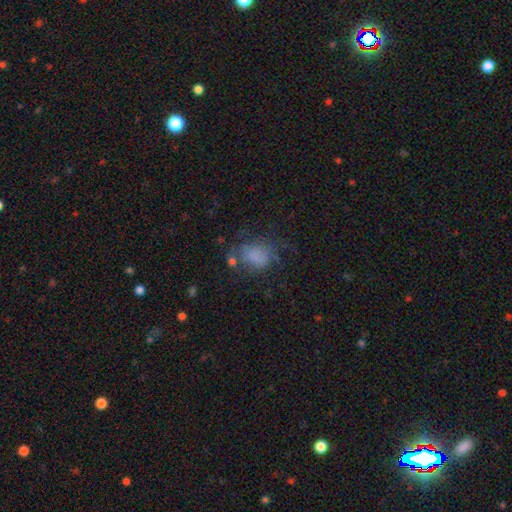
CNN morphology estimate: smooth_or_featured: smooth (p=0.67) [alt: featured or disk p=0.20]
how_rounded: in between (p=0.60) [alt: round p=0.39]
merging: none (p=0.43) [alt: major disturbance p=0.26]